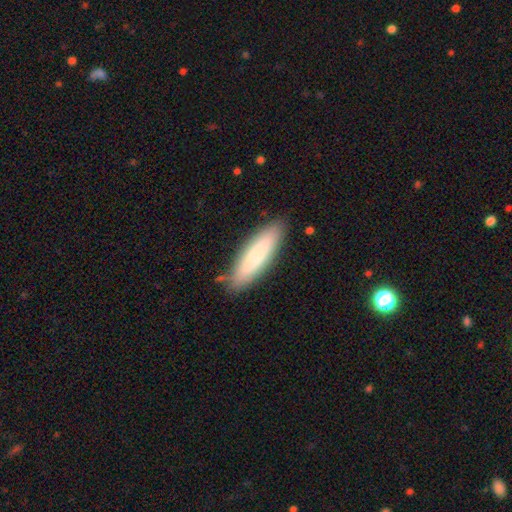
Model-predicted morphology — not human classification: Q: Smooth or featured?
A: smooth (79%); runner-up: featured or disk (15%)
Q: How rounded?
A: cigar-shaped (64%); runner-up: in between (34%)
Q: Merging?
A: none (85%); runner-up: minor disturbance (11%)